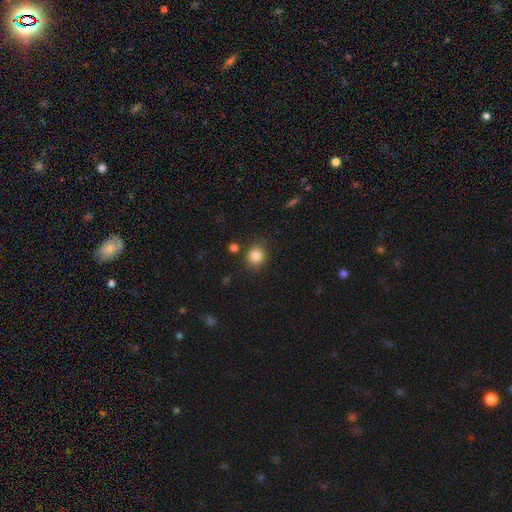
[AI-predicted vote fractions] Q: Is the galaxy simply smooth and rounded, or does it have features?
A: smooth — 85%.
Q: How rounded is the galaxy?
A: round — 82%.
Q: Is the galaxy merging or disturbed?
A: none — 82%.